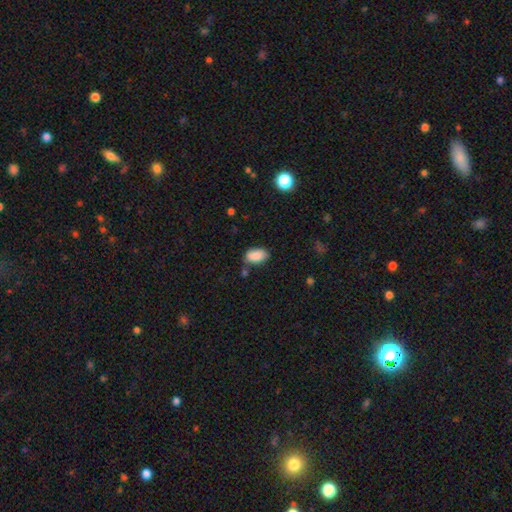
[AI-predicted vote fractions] A smooth galaxy with no disk features (88%) that is in between round and cigar-shaped (92%).

Vote fractions:
- Smooth or featured? smooth: 88% / star or artifact: 8% / featured or disk: 5%
- How rounded? in between: 92% / round: 6% / cigar-shaped: 2%
- Merging? none: 70% / minor disturbance: 20% / merger: 5% / major disturbance: 4%